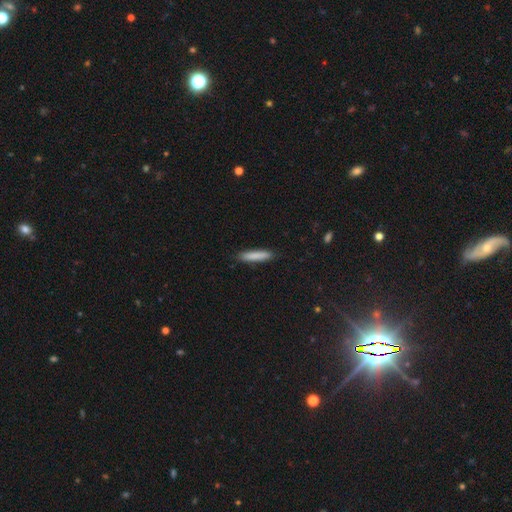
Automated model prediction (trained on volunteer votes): Smooth or featured?
  - smooth: 85% *
  - featured or disk: 9%
  - star or artifact: 6%
How rounded?
  - cigar-shaped: 88% *
  - in between: 10%
  - round: 1%
Merging?
  - none: 89% *
  - minor disturbance: 9%
  - major disturbance: 2%
  - merger: 1%